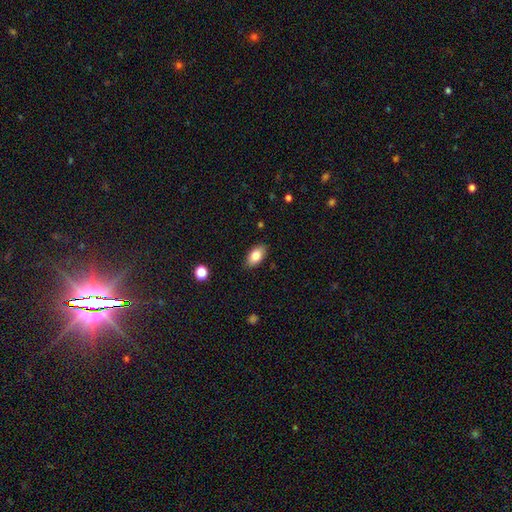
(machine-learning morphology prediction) A smooth galaxy with no disk features (82%) that is in between round and cigar-shaped (92%).

Vote fractions:
- Smooth or featured? smooth: 82% / featured or disk: 10% / star or artifact: 7%
- How rounded? in between: 92% / round: 5% / cigar-shaped: 3%
- Merging? none: 87% / minor disturbance: 10% / major disturbance: 2% / merger: 1%